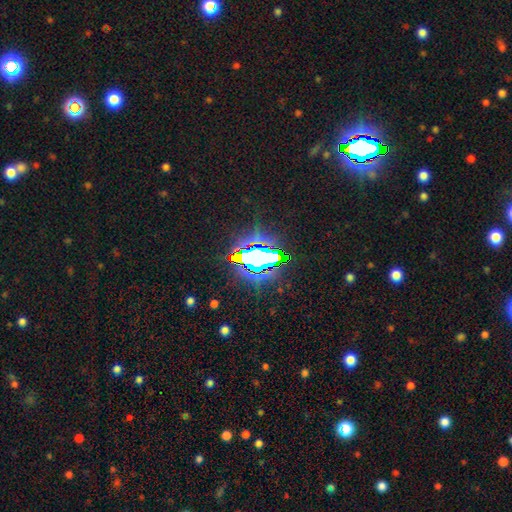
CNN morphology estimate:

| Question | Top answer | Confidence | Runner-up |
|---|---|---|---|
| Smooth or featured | star or artifact | 70% | smooth (18%) |